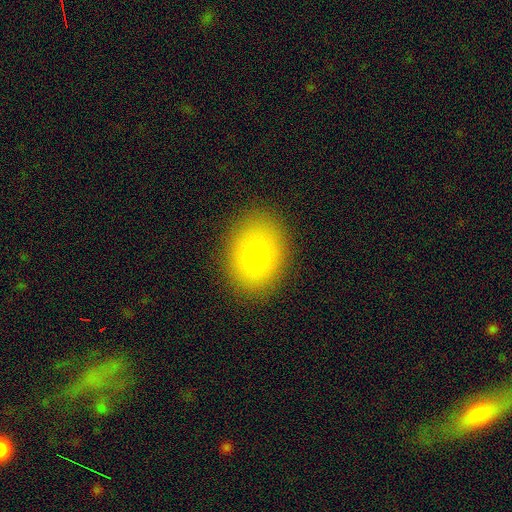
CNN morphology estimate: Q: Smooth or featured?
A: smooth (75%); runner-up: featured or disk (13%)
Q: How rounded?
A: in between (61%); runner-up: round (38%)
Q: Merging?
A: none (86%); runner-up: minor disturbance (9%)